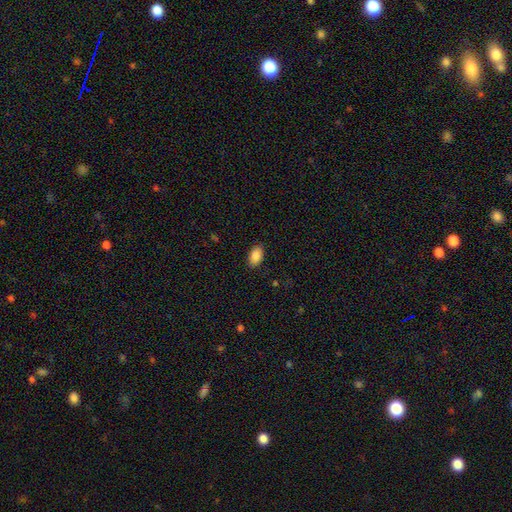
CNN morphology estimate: smooth-or-featured: smooth: 87% | star or artifact: 7% | featured or disk: 6%
  how-rounded: in between: 93% | round: 5% | cigar-shaped: 2%
  merging: none: 88% | minor disturbance: 9% | major disturbance: 2% | merger: 1%